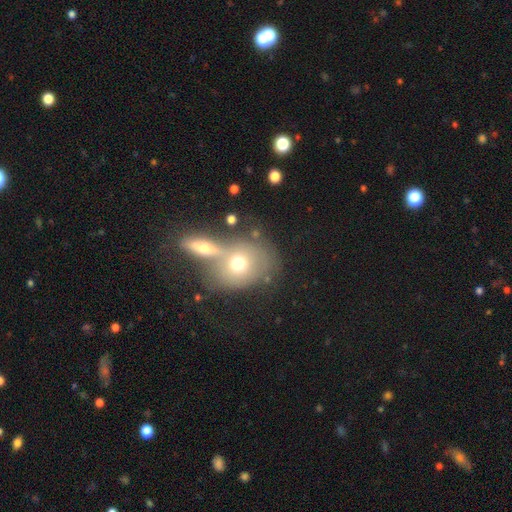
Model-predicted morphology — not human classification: Smooth or featured? Predicted: smooth (p=0.57). How rounded? Predicted: round (p=0.56). Merging? Predicted: merger (p=0.52).